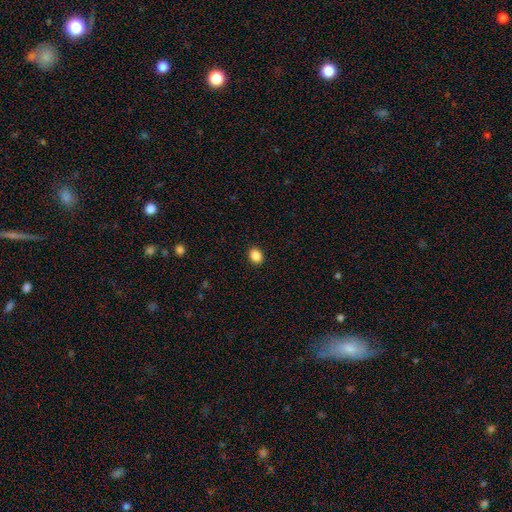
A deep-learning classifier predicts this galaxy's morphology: This appears to be a smooth galaxy with no disk features (87%) that is in between round and cigar-shaped (52%). Merging: none (92%).